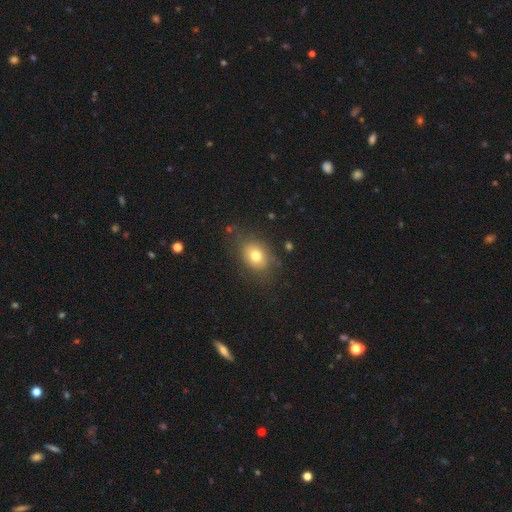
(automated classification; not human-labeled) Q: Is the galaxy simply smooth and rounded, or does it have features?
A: smooth — 77%.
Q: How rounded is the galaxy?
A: in between — 67%.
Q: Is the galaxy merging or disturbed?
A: none — 77%.